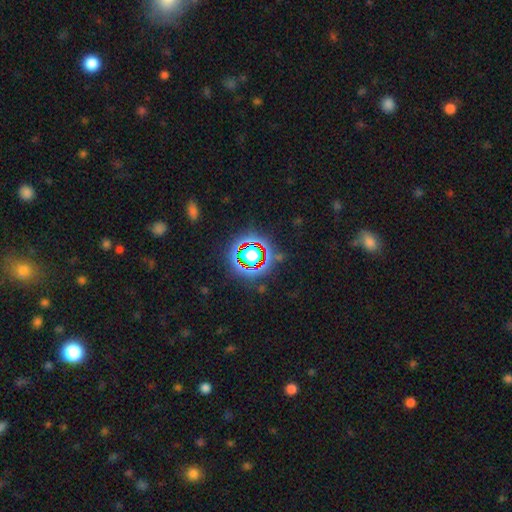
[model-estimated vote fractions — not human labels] star or artifact 76%, smooth 14%, featured or disk 10%.